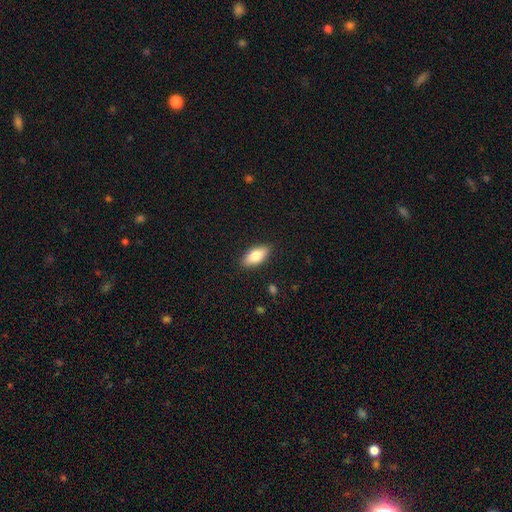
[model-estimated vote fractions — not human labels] This appears to be a smooth galaxy with no disk features (80%) that is in between round and cigar-shaped (86%). Merging: none (88%).